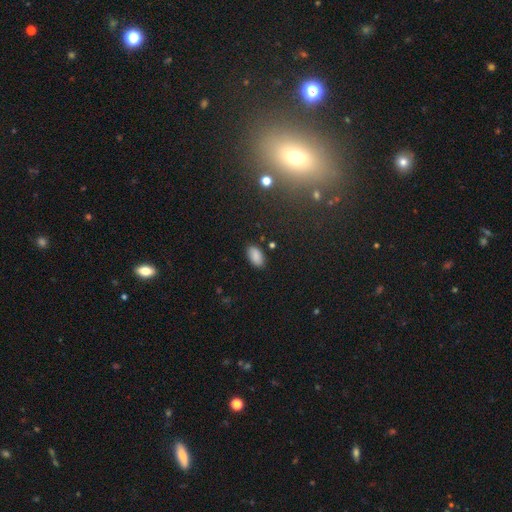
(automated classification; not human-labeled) smooth_or_featured: smooth (p=0.86) [alt: star or artifact p=0.09]
how_rounded: in between (p=0.94) [alt: round p=0.04]
merging: none (p=0.85) [alt: minor disturbance p=0.11]